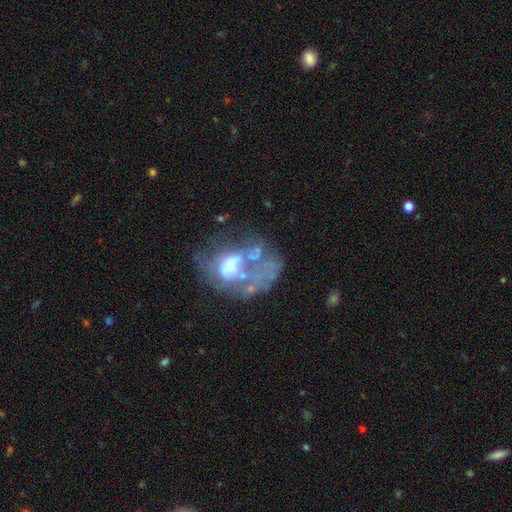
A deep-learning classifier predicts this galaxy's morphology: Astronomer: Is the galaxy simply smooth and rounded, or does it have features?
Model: featured or disk — 61%.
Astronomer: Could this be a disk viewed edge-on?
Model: no — 97%.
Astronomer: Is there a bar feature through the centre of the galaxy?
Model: no — 80%.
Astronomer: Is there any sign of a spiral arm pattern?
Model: no — 86%.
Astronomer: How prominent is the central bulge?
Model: moderate — 37% (runner-up: none, 30%).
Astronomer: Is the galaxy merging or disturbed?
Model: major disturbance — 40% (runner-up: merger, 25%).